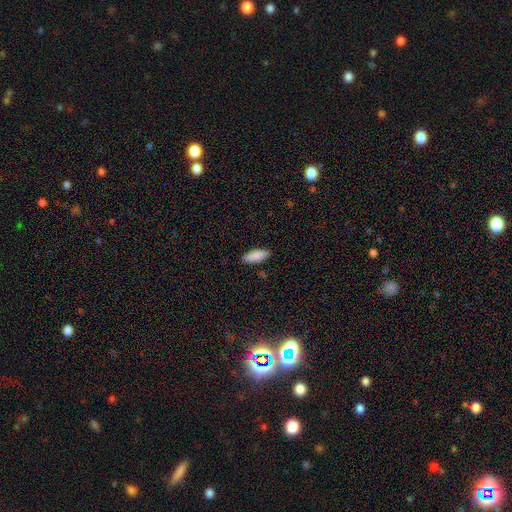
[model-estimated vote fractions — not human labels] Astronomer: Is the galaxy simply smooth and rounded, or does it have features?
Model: smooth — 89%.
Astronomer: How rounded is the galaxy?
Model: in between — 71%.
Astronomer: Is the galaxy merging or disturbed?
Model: none — 89%.